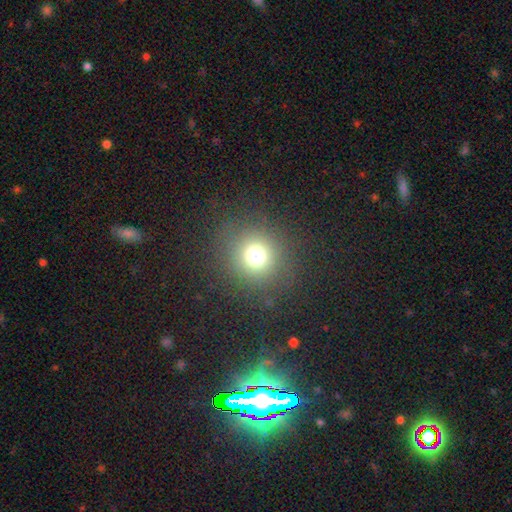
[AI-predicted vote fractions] smooth_or_featured: smooth (p=0.73) [alt: star or artifact p=0.18]
how_rounded: round (p=0.92) [alt: in between p=0.07]
merging: none (p=0.86) [alt: minor disturbance p=0.07]